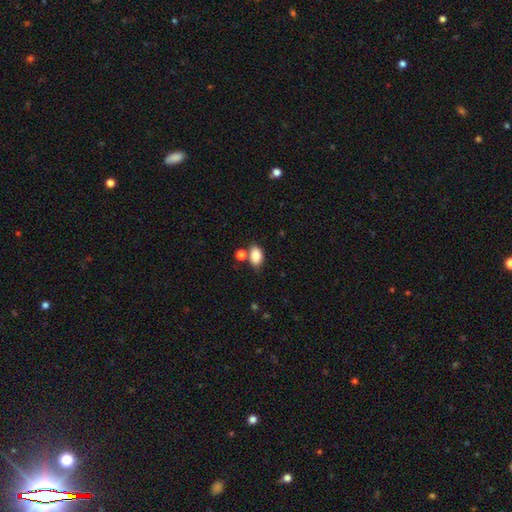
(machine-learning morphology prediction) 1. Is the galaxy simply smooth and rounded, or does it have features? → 86% smooth, 9% star or artifact, 6% featured or disk.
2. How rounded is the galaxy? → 86% in between, 12% round, 1% cigar-shaped.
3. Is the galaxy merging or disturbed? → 66% none, 17% merger, 14% minor disturbance, 4% major disturbance.